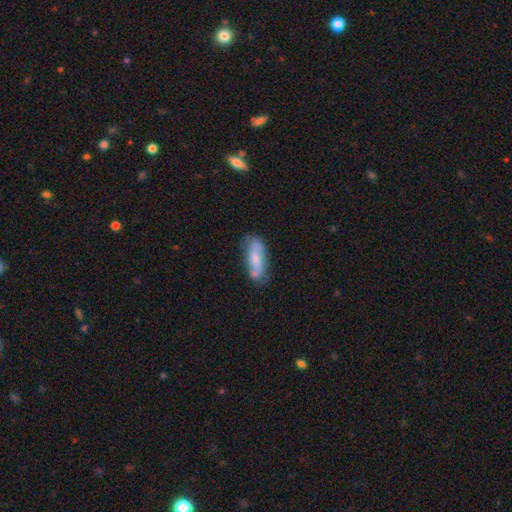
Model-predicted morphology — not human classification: Smooth or featured: smooth — 60% (featured or disk — 33%)
How rounded: in between — 60% (cigar-shaped — 37%)
Merging: none — 66% (minor disturbance — 23%)